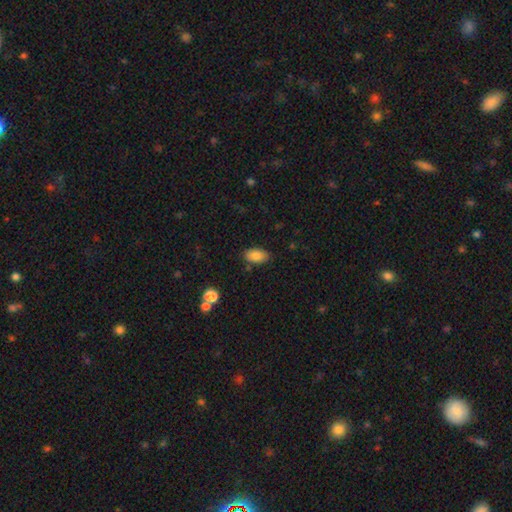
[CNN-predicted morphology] A smooth galaxy with no disk features (84%) that is in between round and cigar-shaped (92%). Merging: none (82%).